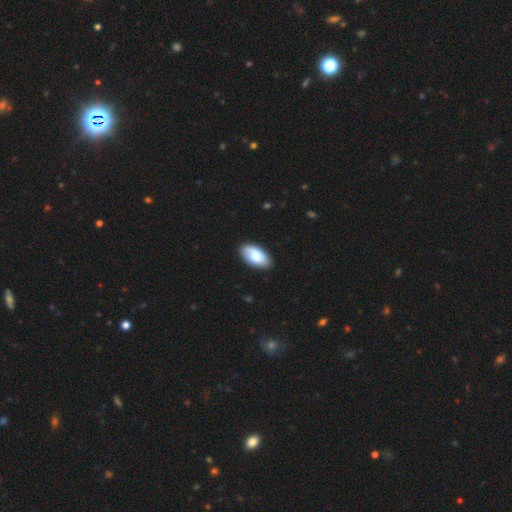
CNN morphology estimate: smooth_or_featured: smooth (p=0.77) [alt: featured or disk p=0.17]
how_rounded: in between (p=0.95) [alt: round p=0.03]
merging: none (p=0.86) [alt: minor disturbance p=0.10]